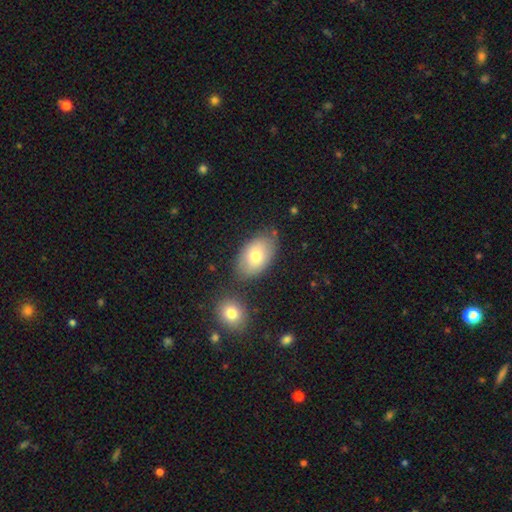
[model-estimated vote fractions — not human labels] smooth 75%, featured or disk 18%, star or artifact 8%. Down the decision tree: how rounded — in between (90%); merging — none (74%).